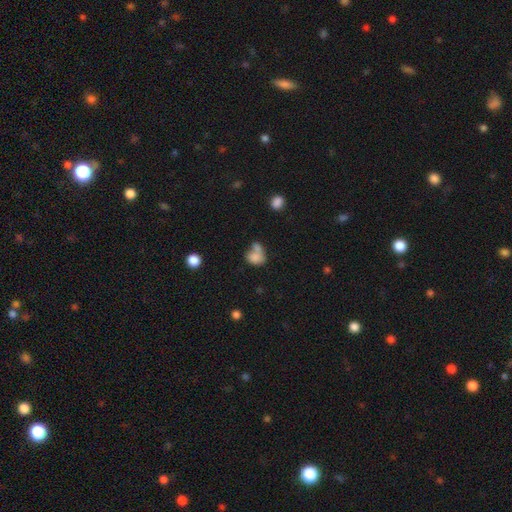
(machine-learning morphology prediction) A smooth galaxy with no disk features (78%) that is in between round and cigar-shaped (56%). Merging: merger (52%).